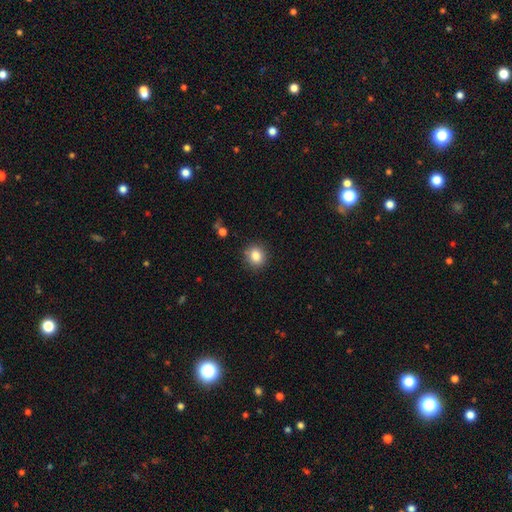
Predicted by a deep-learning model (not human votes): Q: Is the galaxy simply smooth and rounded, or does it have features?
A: smooth — 84%.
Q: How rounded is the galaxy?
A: round — 81%.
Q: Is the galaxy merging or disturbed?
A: none — 87%.